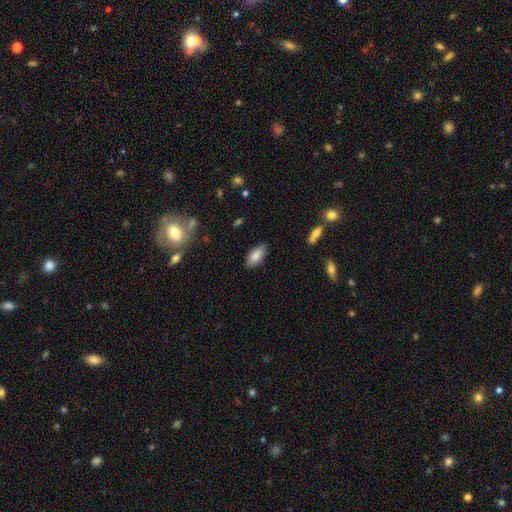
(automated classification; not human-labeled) A smooth galaxy with no disk features (85%) that is in between round and cigar-shaped (92%). Merging: none (85%).